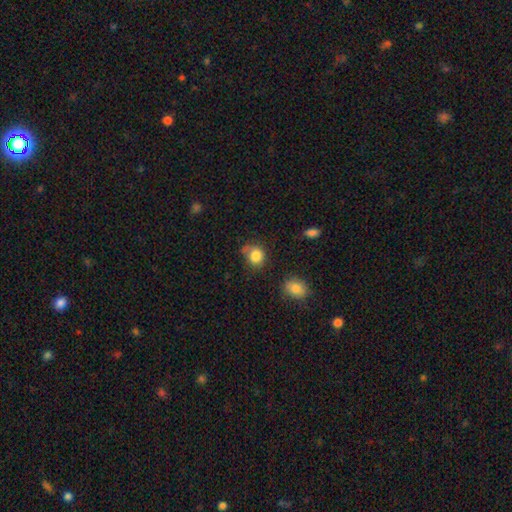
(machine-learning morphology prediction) smooth 84%, star or artifact 10%, featured or disk 7%. Down the decision tree: how rounded — round (74%); merging — none (58%).